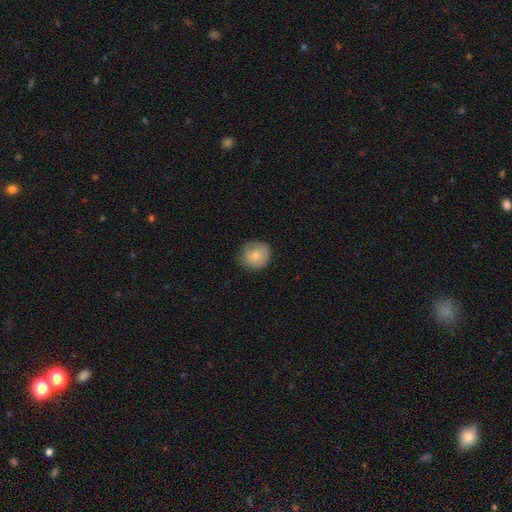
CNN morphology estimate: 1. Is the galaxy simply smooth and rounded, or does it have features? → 78% smooth, 14% featured or disk, 8% star or artifact.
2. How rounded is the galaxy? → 87% round, 12% in between, 1% cigar-shaped.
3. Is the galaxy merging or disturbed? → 77% none, 18% minor disturbance, 4% major disturbance, 1% merger.